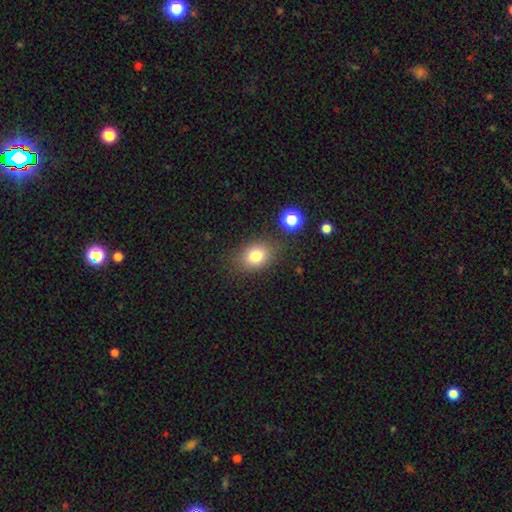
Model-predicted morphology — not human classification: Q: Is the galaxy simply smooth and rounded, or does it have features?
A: smooth — 79%.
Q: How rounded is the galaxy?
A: in between — 58%.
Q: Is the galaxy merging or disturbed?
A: none — 79%.